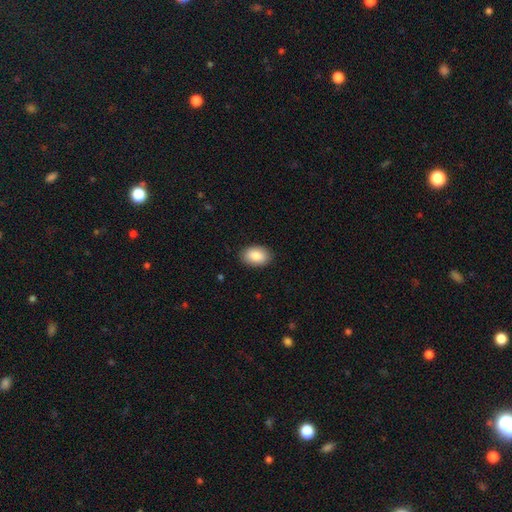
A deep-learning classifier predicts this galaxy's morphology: Q: Smooth or featured?
A: smooth (86%); runner-up: featured or disk (8%)
Q: How rounded?
A: in between (88%); runner-up: round (10%)
Q: Merging?
A: none (89%); runner-up: minor disturbance (9%)